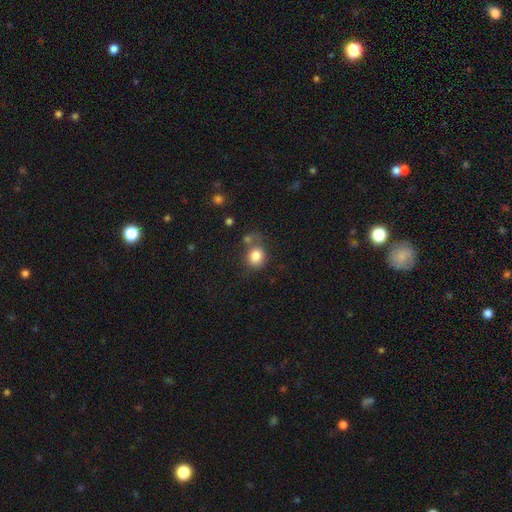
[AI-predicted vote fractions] The model was most divided on "merging": none: 55%, minor disturbance: 18%, merger: 17%, major disturbance: 10%. More confident: smooth or featured — smooth (82%); how rounded — round (76%).